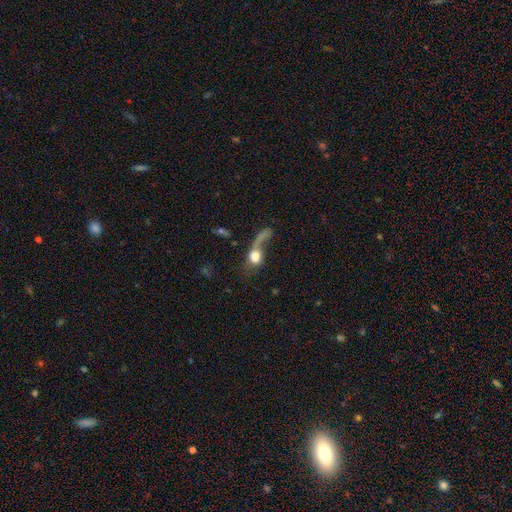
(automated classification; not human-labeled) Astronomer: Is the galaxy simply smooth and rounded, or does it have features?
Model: smooth — 59%.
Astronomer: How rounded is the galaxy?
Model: round — 50% (runner-up: in between, 44%).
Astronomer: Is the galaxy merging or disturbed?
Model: major disturbance — 55%.